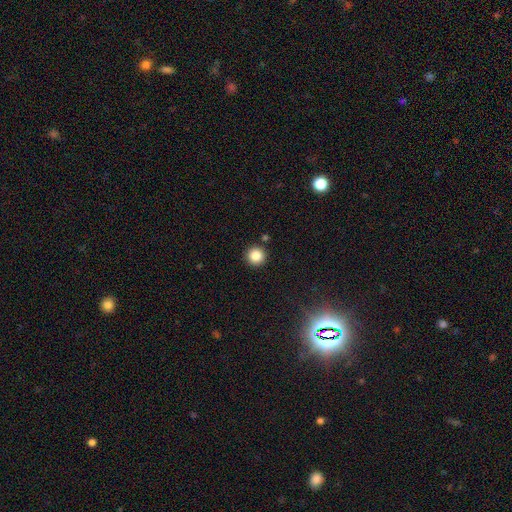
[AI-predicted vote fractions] A smooth galaxy with no disk features (85%) that is round (96%).

Vote fractions:
- Smooth or featured? smooth: 85% / star or artifact: 11% / featured or disk: 4%
- How rounded? round: 96% / in between: 3% / cigar-shaped: 1%
- Merging? none: 90% / minor disturbance: 5% / merger: 3% / major disturbance: 2%